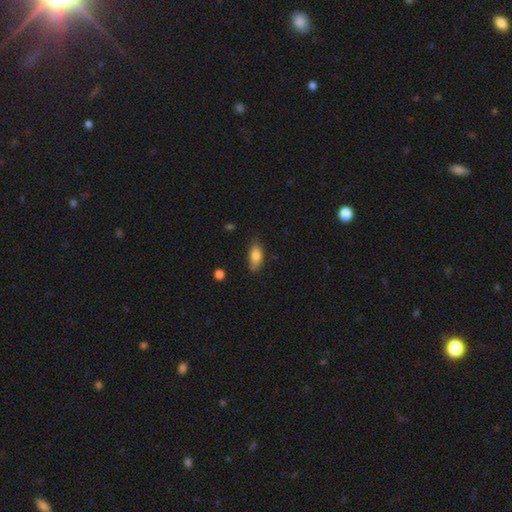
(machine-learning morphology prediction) Smooth or featured?
  - smooth: 80% *
  - featured or disk: 13%
  - star or artifact: 7%
How rounded?
  - in between: 82% *
  - cigar-shaped: 14%
  - round: 4%
Merging?
  - none: 77% *
  - minor disturbance: 19%
  - major disturbance: 3%
  - merger: 2%